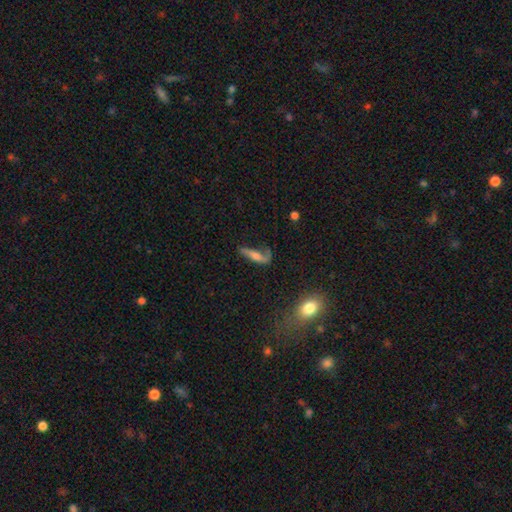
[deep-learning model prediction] The model was most divided on "merging": none: 43%, major disturbance: 27%, minor disturbance: 25%, merger: 6%. More confident: edge-on disk — no (64%); smooth or featured — featured or disk (56%).